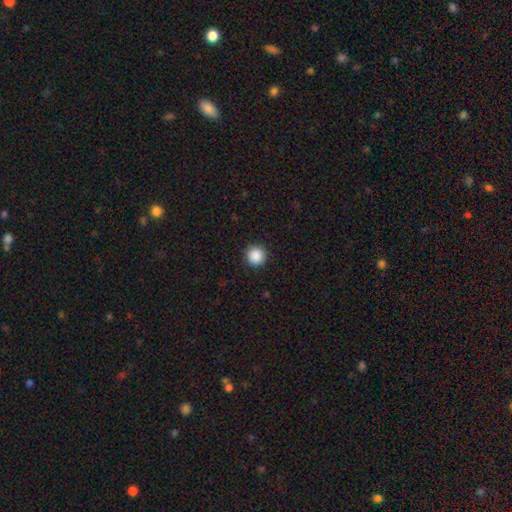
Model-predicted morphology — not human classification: Q: Smooth or featured?
A: smooth (89%); runner-up: star or artifact (9%)
Q: How rounded?
A: round (96%); runner-up: in between (3%)
Q: Merging?
A: none (93%); runner-up: minor disturbance (4%)